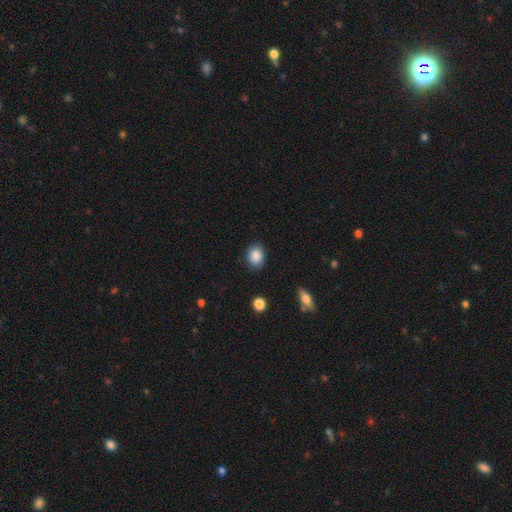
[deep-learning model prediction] Overall: smooth (87%). How rounded: in between (50%; round 49%). Merging: none (85%).